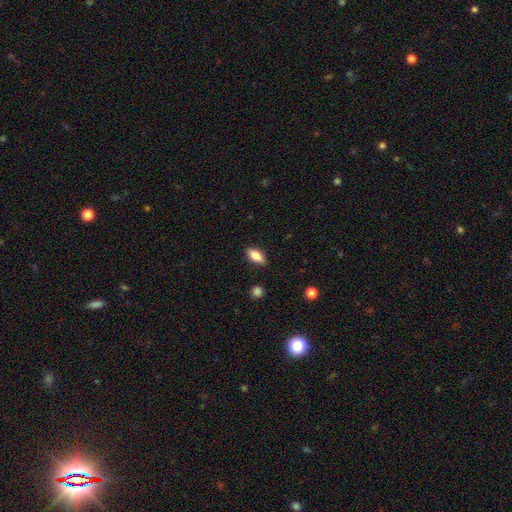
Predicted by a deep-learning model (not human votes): smooth 82%, featured or disk 11%, star or artifact 7%. Down the decision tree: how rounded — in between (87%); merging — none (87%).